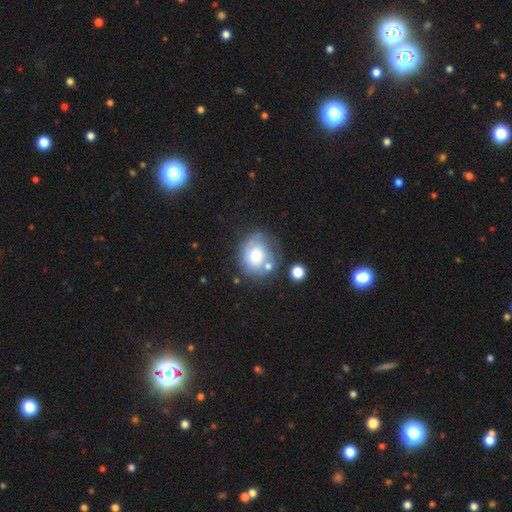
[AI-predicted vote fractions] Smooth or featured?
  - smooth: 59% *
  - featured or disk: 32%
  - star or artifact: 9%
How rounded?
  - round: 65% *
  - in between: 34%
  - cigar-shaped: 1%
Merging?
  - none: 50% *
  - minor disturbance: 23%
  - merger: 16%
  - major disturbance: 12%